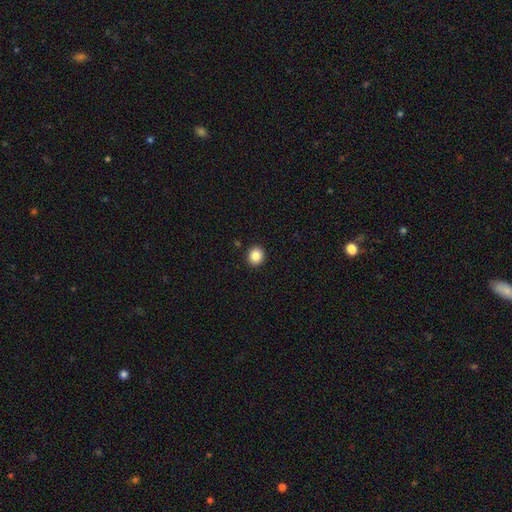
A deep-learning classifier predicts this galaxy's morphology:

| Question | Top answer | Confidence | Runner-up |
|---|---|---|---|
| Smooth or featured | smooth | 85% | star or artifact (10%) |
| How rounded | round | 83% | in between (16%) |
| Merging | none | 92% | minor disturbance (5%) |